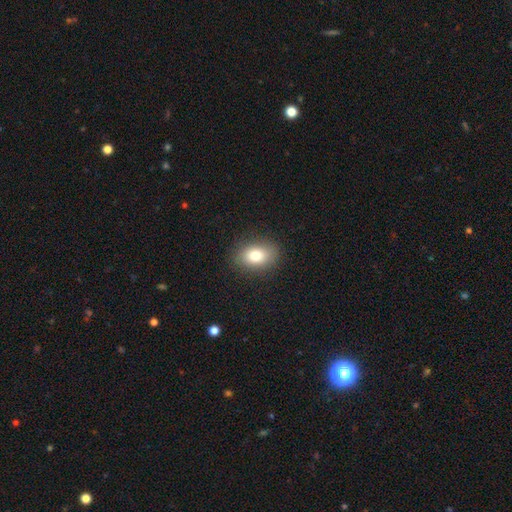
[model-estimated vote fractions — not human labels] Q: Smooth or featured?
A: smooth (79%); runner-up: featured or disk (11%)
Q: How rounded?
A: in between (77%); runner-up: round (21%)
Q: Merging?
A: none (87%); runner-up: minor disturbance (9%)